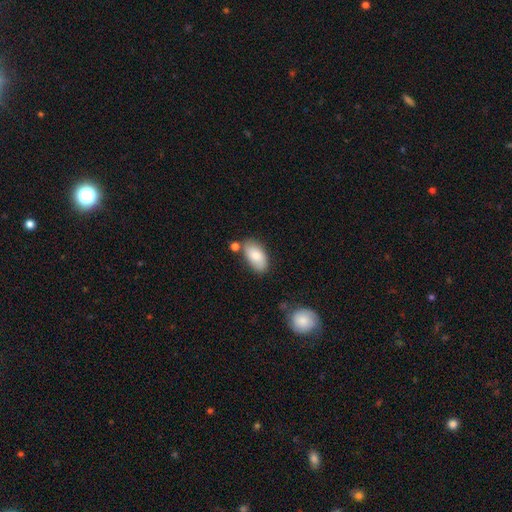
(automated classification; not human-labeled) Q: Smooth or featured?
A: smooth (81%); runner-up: featured or disk (13%)
Q: How rounded?
A: in between (94%); runner-up: round (3%)
Q: Merging?
A: none (69%); runner-up: minor disturbance (17%)